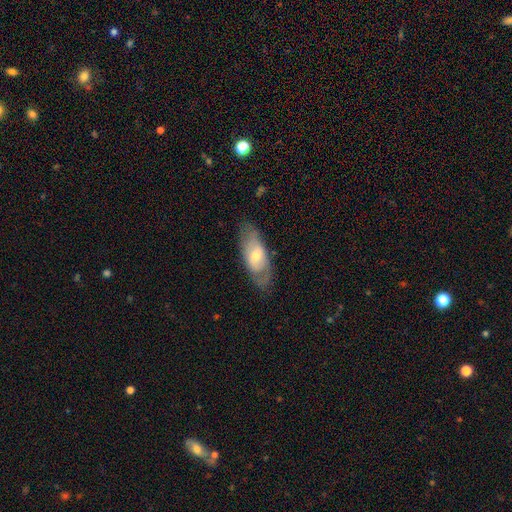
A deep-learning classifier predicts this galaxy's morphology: A featured or disk galaxy (48%).

Vote fractions:
- Smooth or featured? featured or disk: 48% / smooth: 45% / star or artifact: 6%
- Merging? none: 74% / minor disturbance: 18% / major disturbance: 7% / merger: 1%